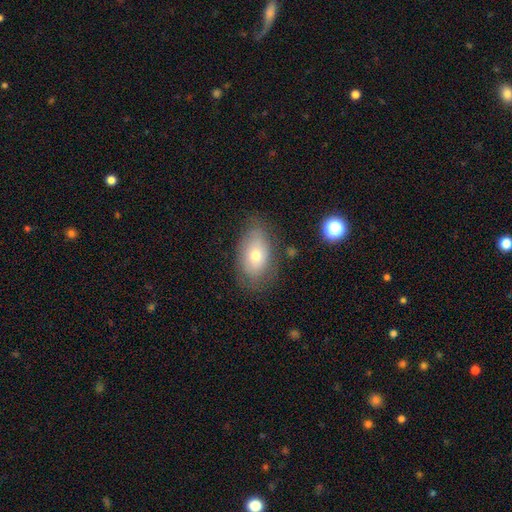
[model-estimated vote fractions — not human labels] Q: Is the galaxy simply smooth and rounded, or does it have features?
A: smooth — 59%.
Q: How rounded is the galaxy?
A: in between — 89%.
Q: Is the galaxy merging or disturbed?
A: none — 72%.